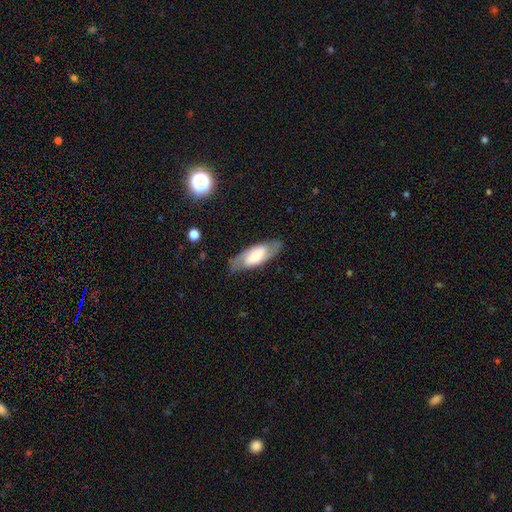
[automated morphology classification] The model was most divided on "bar": weak: 36%, strong: 32%, no: 32%. Remaining: edge-on disk — no (84%); spiral arms — yes (83%); merging — none (81%); smooth or featured — featured or disk (61%); bulge size — large (30%).